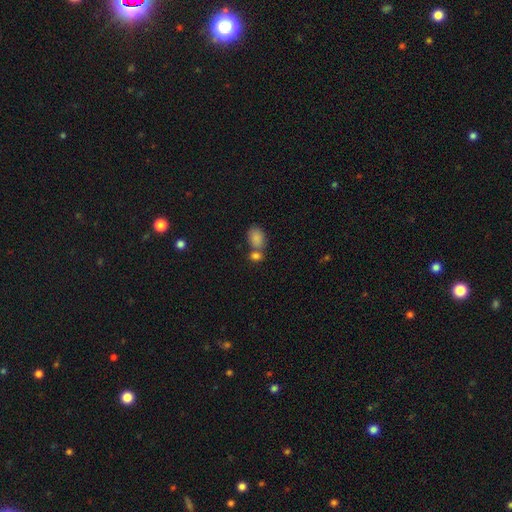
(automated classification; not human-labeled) Smooth or featured?
  - smooth: 58% *
  - star or artifact: 28%
  - featured or disk: 14%
How rounded?
  - in between: 54% *
  - round: 41%
  - cigar-shaped: 5%
Merging?
  - none: 55% *
  - merger: 27%
  - minor disturbance: 11%
  - major disturbance: 7%